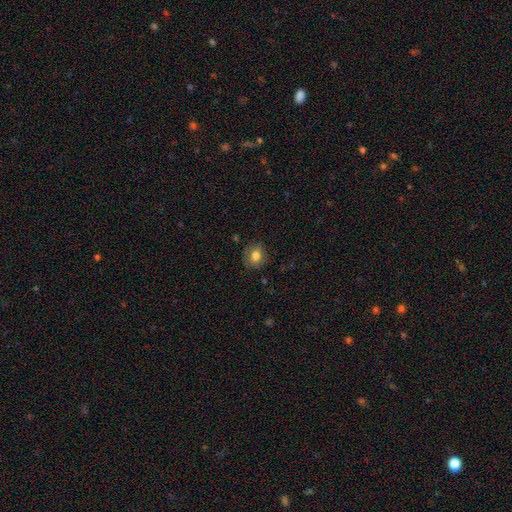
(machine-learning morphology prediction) smooth_or_featured: smooth (p=0.78) [alt: featured or disk p=0.12]
how_rounded: round (p=0.66) [alt: in between p=0.33]
merging: none (p=0.81) [alt: minor disturbance p=0.14]